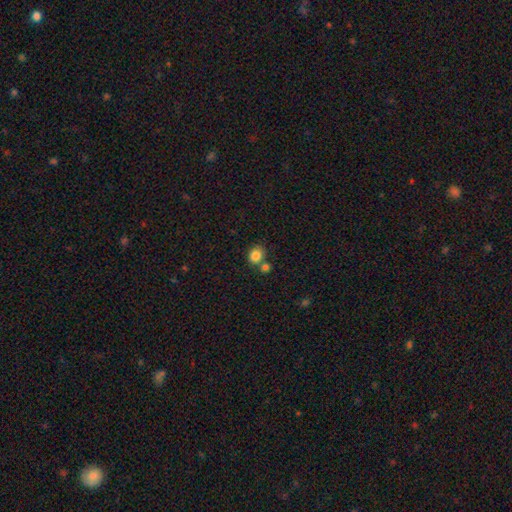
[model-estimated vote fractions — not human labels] A smooth galaxy with no disk features (84%) that is round (66%). Merging: none (59%).